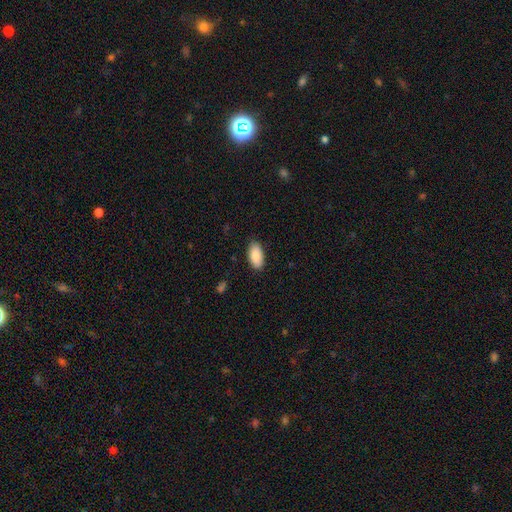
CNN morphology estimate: type=smooth (88%); roundness=in between (94%); merging=none (85%).